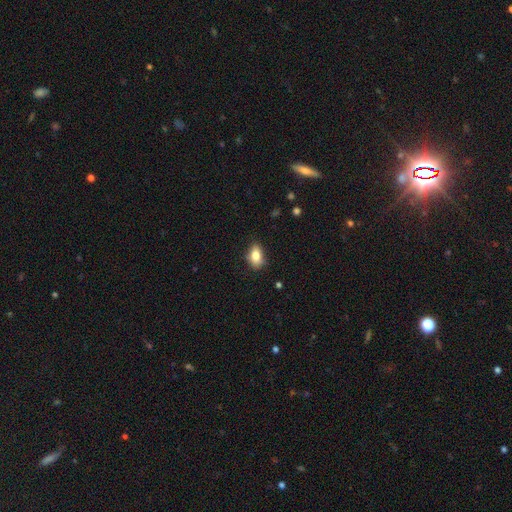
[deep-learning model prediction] Smooth or featured? smooth (80%)
How rounded? in between (84%)
Merging? none (78%)